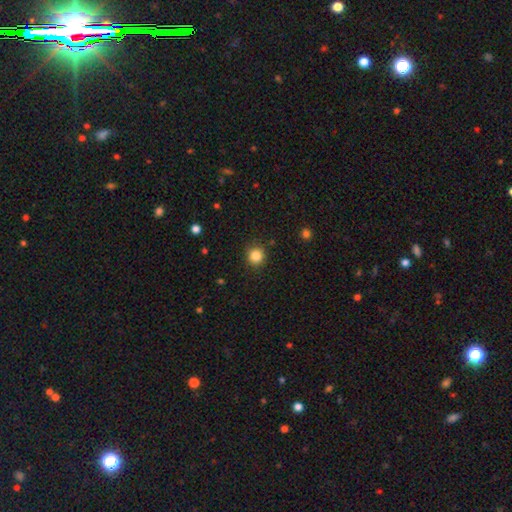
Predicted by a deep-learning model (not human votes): A smooth galaxy with no disk features (84%) that is round (92%).

Vote fractions:
- Smooth or featured? smooth: 84% / star or artifact: 11% / featured or disk: 5%
- How rounded? round: 92% / in between: 7% / cigar-shaped: 1%
- Merging? none: 90% / minor disturbance: 7% / major disturbance: 2% / merger: 1%